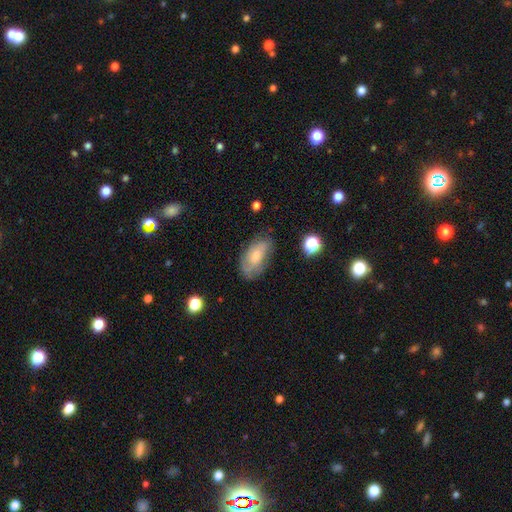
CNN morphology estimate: The model was most divided on "smooth or featured": featured or disk: 47%, smooth: 44%, star or artifact: 9%. More confident: merging — none (69%).